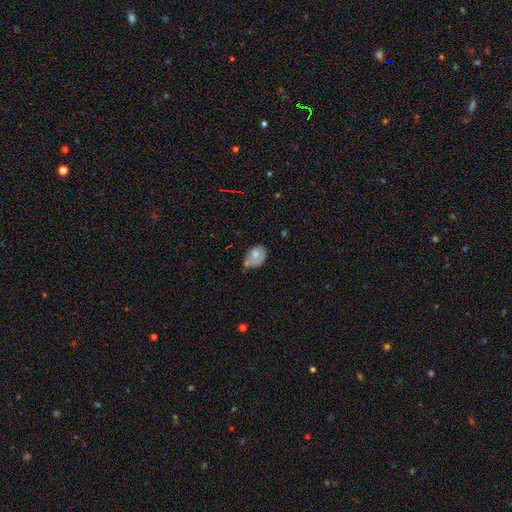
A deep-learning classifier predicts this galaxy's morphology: smooth_or_featured: smooth (p=0.66) [alt: featured or disk p=0.26]
how_rounded: in between (p=0.71) [alt: round p=0.28]
merging: minor disturbance (p=0.39) [alt: none p=0.34]